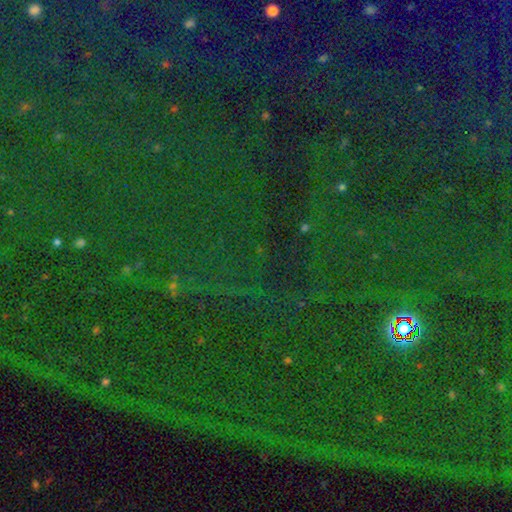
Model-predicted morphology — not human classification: Q: Smooth or featured?
A: star or artifact (84%); runner-up: smooth (10%)